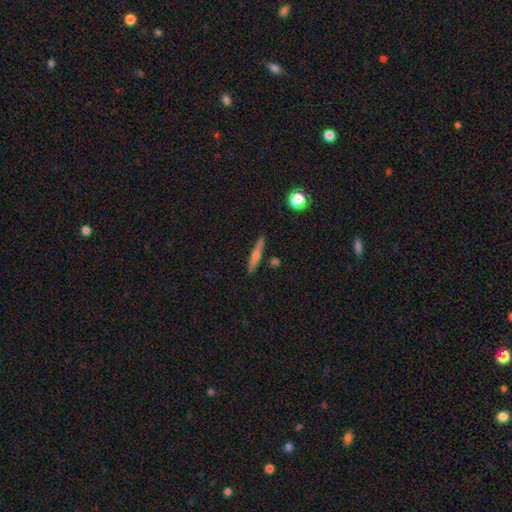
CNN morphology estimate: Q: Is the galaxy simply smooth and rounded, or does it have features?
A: featured or disk — 54%.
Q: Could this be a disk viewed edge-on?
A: yes — 95%.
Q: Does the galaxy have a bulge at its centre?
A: rounded — 86%.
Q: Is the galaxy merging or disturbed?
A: none — 87%.